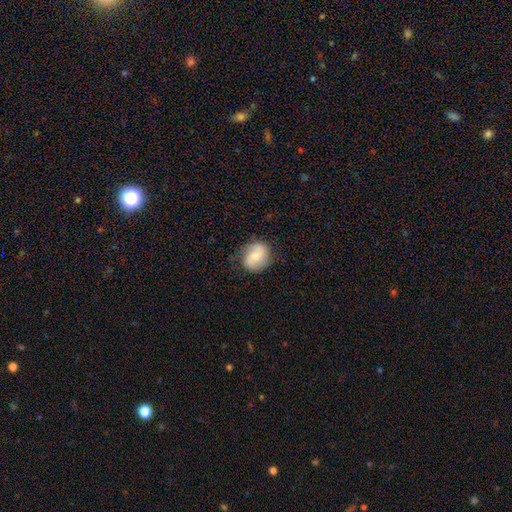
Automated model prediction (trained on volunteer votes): A featured or disk galaxy (47%).

Vote fractions:
- Smooth or featured? featured or disk: 47% / smooth: 45% / star or artifact: 7%
- Merging? none: 79% / minor disturbance: 15% / major disturbance: 4% / merger: 1%